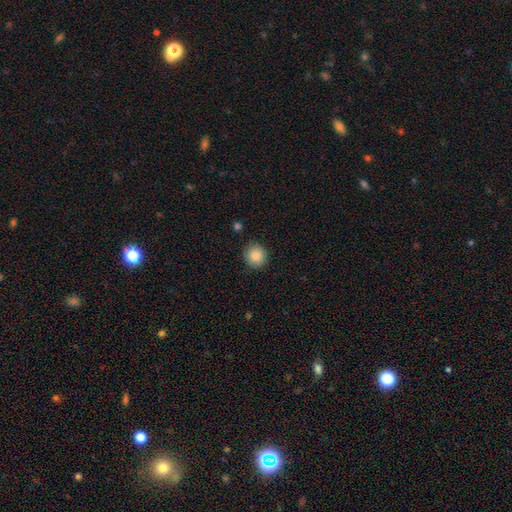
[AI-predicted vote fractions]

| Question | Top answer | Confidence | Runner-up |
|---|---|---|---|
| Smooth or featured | smooth | 87% | star or artifact (9%) |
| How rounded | round | 92% | in between (8%) |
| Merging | none | 89% | minor disturbance (7%) |